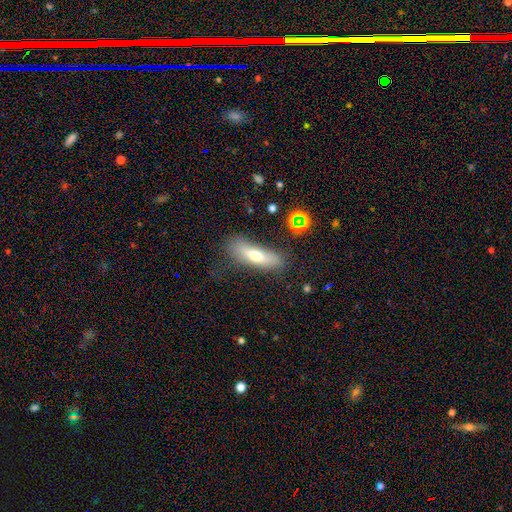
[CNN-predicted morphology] Smooth or featured? smooth (64%)
How rounded? cigar-shaped (50%)
Merging? none (69%)